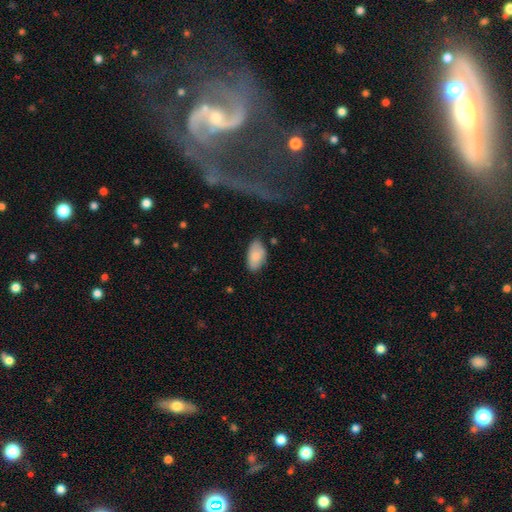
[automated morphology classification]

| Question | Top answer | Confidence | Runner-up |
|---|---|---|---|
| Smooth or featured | smooth | 83% | featured or disk (10%) |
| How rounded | in between | 95% | round (3%) |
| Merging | none | 73% | minor disturbance (20%) |